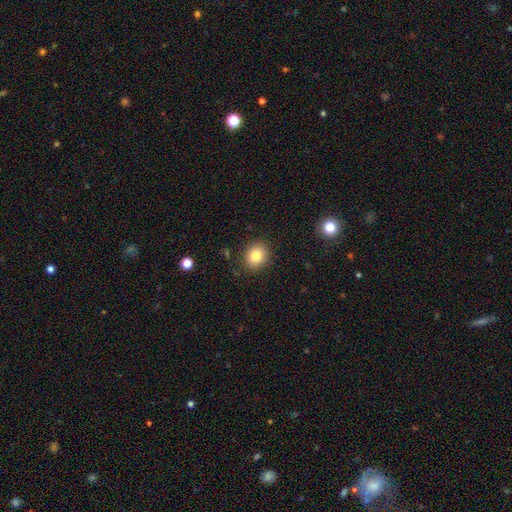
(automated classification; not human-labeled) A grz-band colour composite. It shows a smooth galaxy with no disk features (84%) that is round (64%). Merging: none (88%).